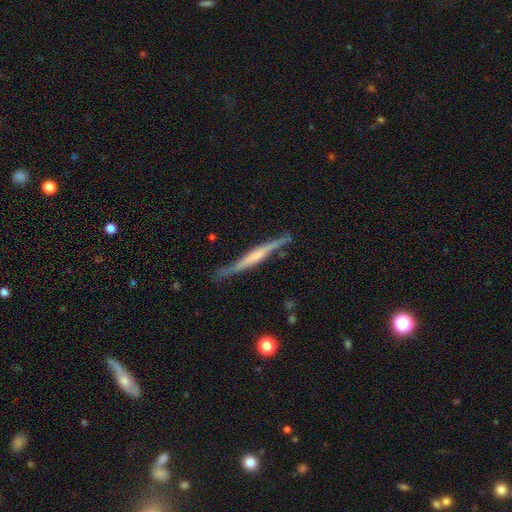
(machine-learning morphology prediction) Smooth or featured? featured or disk (68%)
Edge-on disk? yes (95%)
Edge-on bulge? none (38%)
Merging? none (77%)